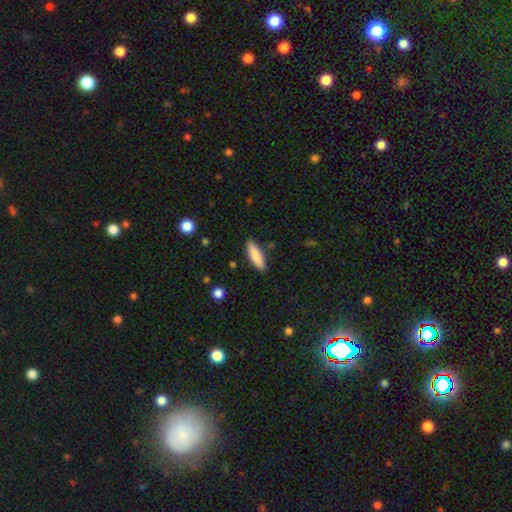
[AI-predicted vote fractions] smooth-or-featured: smooth: 86% | featured or disk: 8% | star or artifact: 6%
  how-rounded: cigar-shaped: 55% | in between: 44% | round: 2%
  merging: none: 87% | minor disturbance: 10% | major disturbance: 2% | merger: 2%